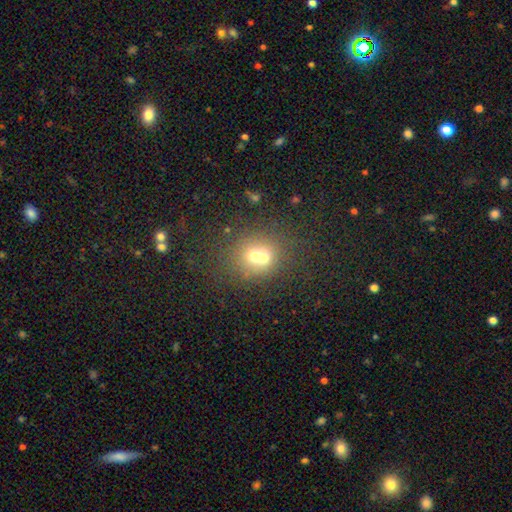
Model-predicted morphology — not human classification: A smooth galaxy with no disk features (60%) that is round (75%). Merging: merger (56%).